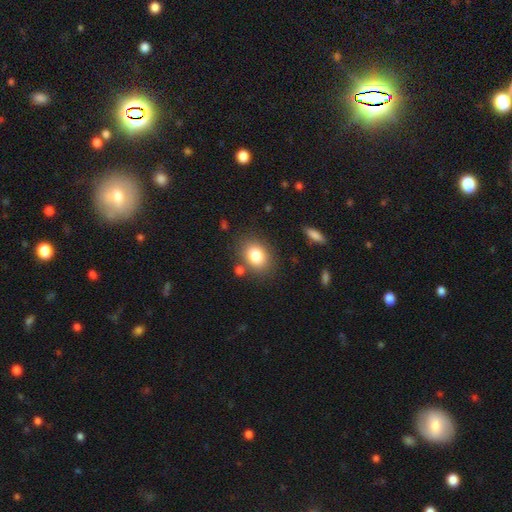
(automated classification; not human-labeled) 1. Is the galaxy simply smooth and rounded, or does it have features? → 81% smooth, 10% star or artifact, 9% featured or disk.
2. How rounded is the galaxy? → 57% in between, 42% round, 1% cigar-shaped.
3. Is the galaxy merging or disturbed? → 80% none, 11% minor disturbance, 5% merger, 4% major disturbance.